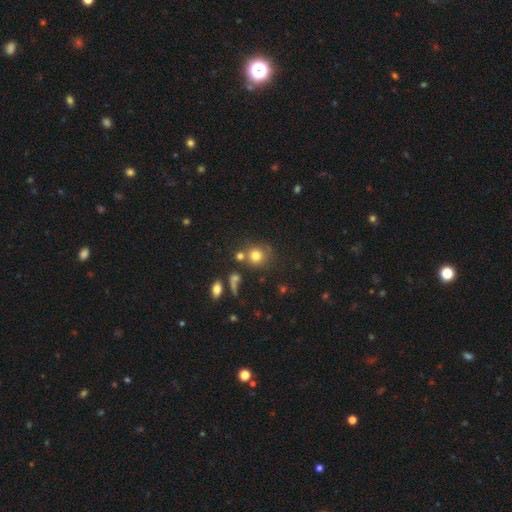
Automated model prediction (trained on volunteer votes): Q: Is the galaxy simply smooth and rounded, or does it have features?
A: smooth — 77%.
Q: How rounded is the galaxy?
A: round — 87%.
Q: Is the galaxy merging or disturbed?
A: none — 64%.